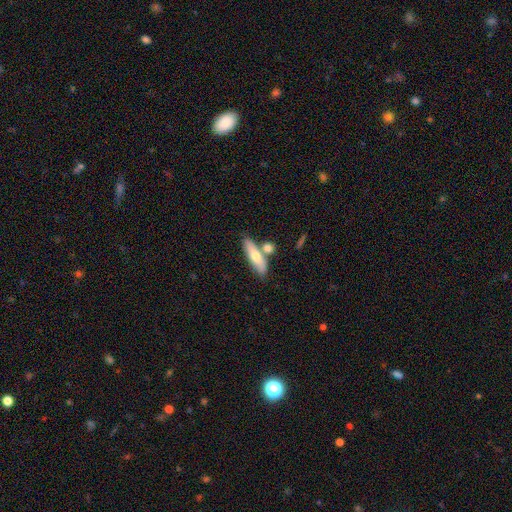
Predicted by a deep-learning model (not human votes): Smooth or featured?
  - smooth: 65% *
  - featured or disk: 29%
  - star or artifact: 6%
How rounded?
  - cigar-shaped: 50% *
  - in between: 46%
  - round: 4%
Merging?
  - none: 61% *
  - merger: 24%
  - minor disturbance: 12%
  - major disturbance: 3%